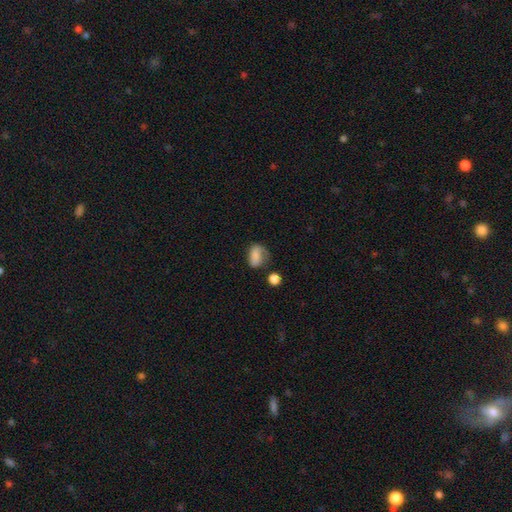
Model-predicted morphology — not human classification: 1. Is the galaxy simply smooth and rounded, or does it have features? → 72% smooth, 17% featured or disk, 10% star or artifact.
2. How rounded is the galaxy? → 74% in between, 24% round, 2% cigar-shaped.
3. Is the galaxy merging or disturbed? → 42% none, 30% minor disturbance, 20% major disturbance, 7% merger.